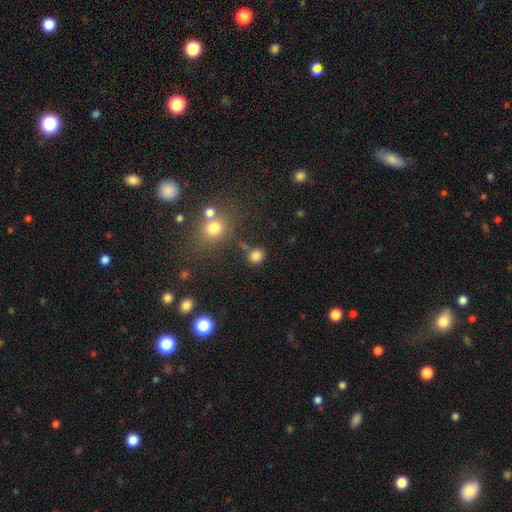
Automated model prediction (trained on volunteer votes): smooth-or-featured: smooth: 81% | star or artifact: 13% | featured or disk: 5%
  how-rounded: round: 70% | in between: 28% | cigar-shaped: 1%
  merging: none: 72% | minor disturbance: 12% | merger: 10% | major disturbance: 5%